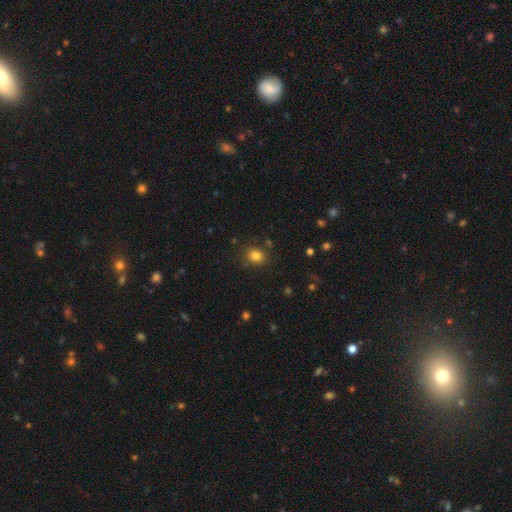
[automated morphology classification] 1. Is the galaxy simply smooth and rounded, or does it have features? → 82% smooth, 12% star or artifact, 6% featured or disk.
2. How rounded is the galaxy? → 68% round, 31% in between, 1% cigar-shaped.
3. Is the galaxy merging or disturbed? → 83% none, 11% minor disturbance, 4% major disturbance, 3% merger.